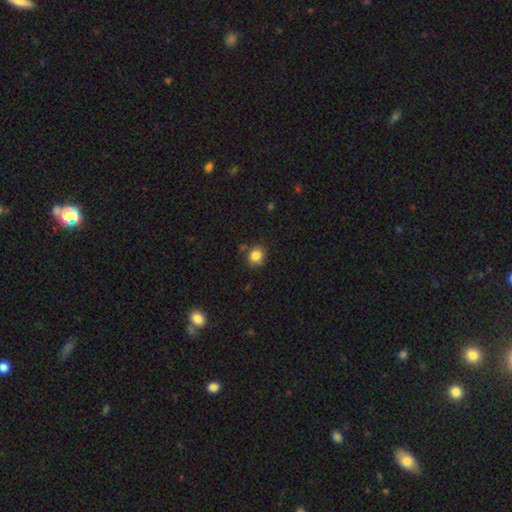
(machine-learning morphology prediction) Q: Smooth or featured?
A: smooth (84%); runner-up: star or artifact (11%)
Q: How rounded?
A: round (80%); runner-up: in between (19%)
Q: Merging?
A: none (79%); runner-up: minor disturbance (14%)